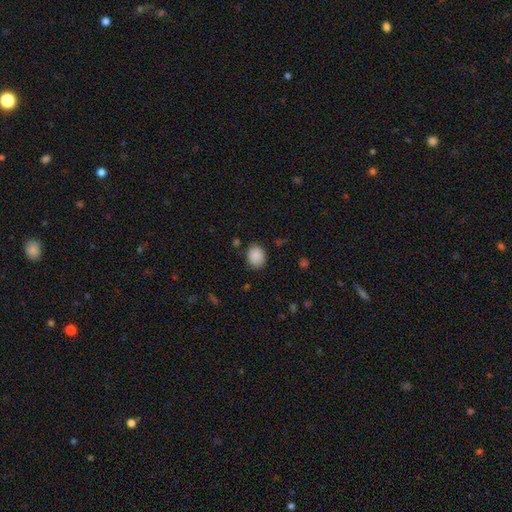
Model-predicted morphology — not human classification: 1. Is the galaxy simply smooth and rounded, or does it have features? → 89% smooth, 7% star or artifact, 3% featured or disk.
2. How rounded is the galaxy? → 50% round, 49% in between, 1% cigar-shaped.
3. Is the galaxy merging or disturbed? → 80% none, 15% minor disturbance, 3% major disturbance, 2% merger.